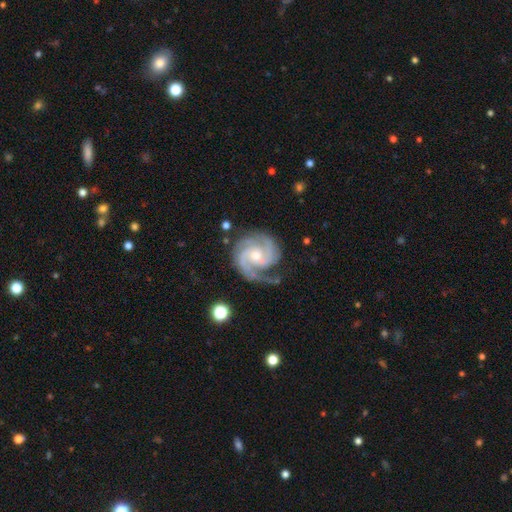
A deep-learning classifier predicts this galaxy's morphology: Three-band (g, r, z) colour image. It shows a featured or disk galaxy (93%) with no bar (60%), 3 (43%) tight (52%) spiral arms (99%) and a moderate central bulge (53%). Merging: none (71%).